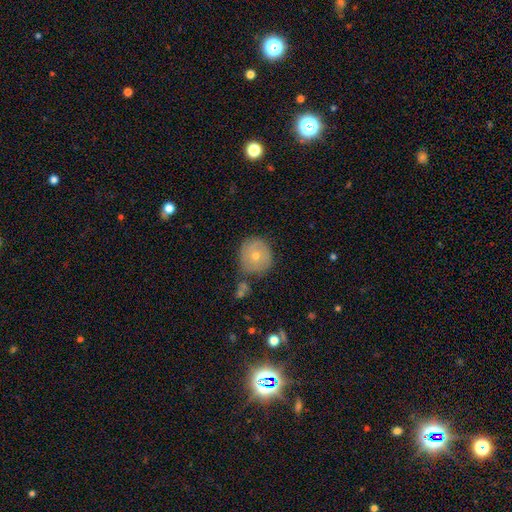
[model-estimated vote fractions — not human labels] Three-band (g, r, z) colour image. It shows a smooth galaxy with no disk features (55%) that is round (91%). Merging: none (68%).